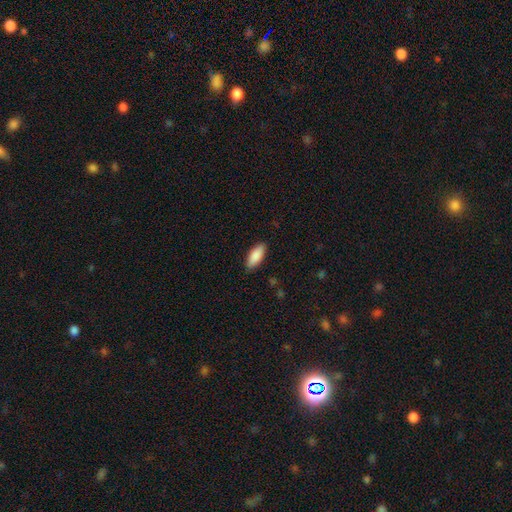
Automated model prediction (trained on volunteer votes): Morphology: type=smooth (88%); roundness=in between (81%); merging=none (87%).